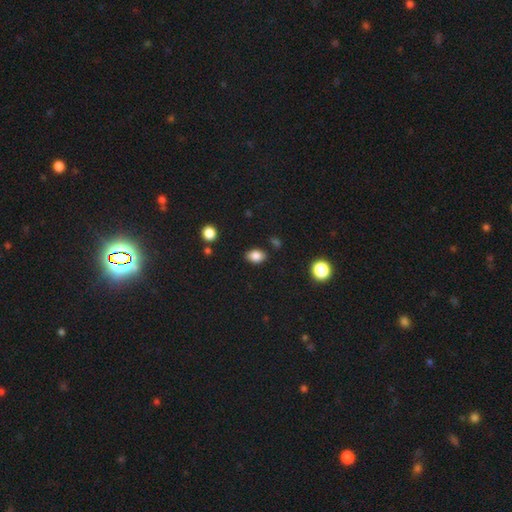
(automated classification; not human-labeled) Smooth or featured? smooth (84%)
How rounded? in between (80%)
Merging? none (83%)